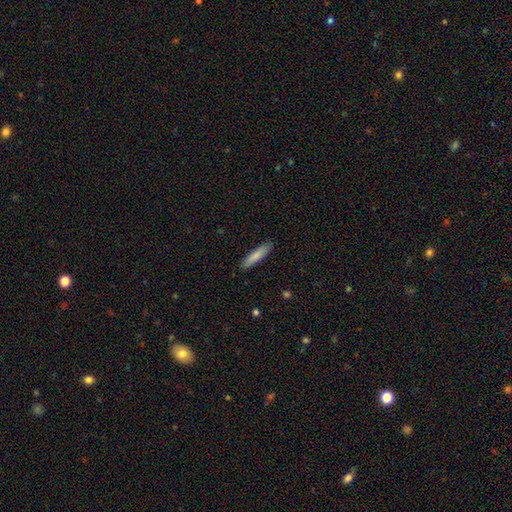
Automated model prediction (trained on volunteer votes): Overall: smooth (83%). How rounded: cigar-shaped (83%). Merging: none (89%).